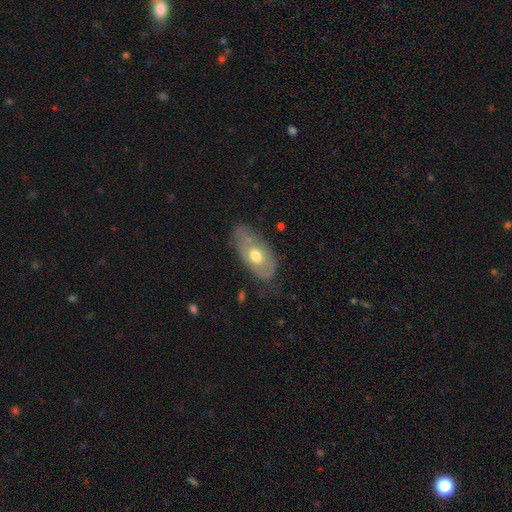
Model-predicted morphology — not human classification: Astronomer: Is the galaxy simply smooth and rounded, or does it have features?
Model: smooth — 50% (runner-up: featured or disk, 45%).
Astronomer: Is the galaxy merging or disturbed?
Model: none — 63%.